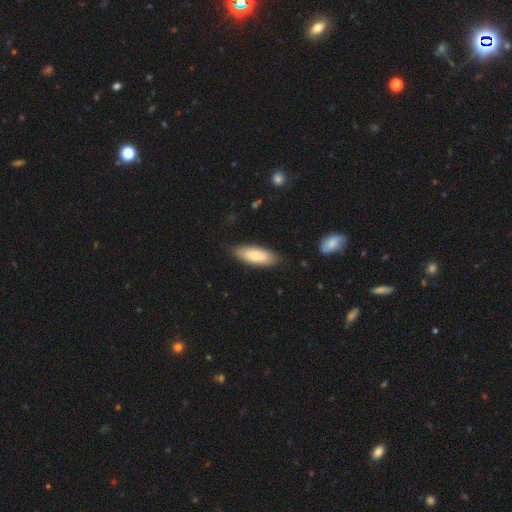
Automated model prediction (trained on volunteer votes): Smooth or featured?
  - smooth: 78% *
  - featured or disk: 17%
  - star or artifact: 6%
How rounded?
  - in between: 74% *
  - cigar-shaped: 25%
  - round: 2%
Merging?
  - none: 85% *
  - minor disturbance: 12%
  - major disturbance: 2%
  - merger: 1%